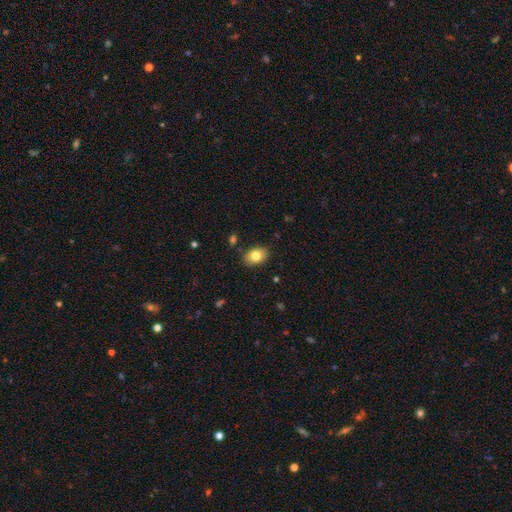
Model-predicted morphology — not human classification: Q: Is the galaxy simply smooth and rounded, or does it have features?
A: smooth — 80%.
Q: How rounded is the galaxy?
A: in between — 80%.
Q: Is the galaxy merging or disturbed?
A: none — 86%.